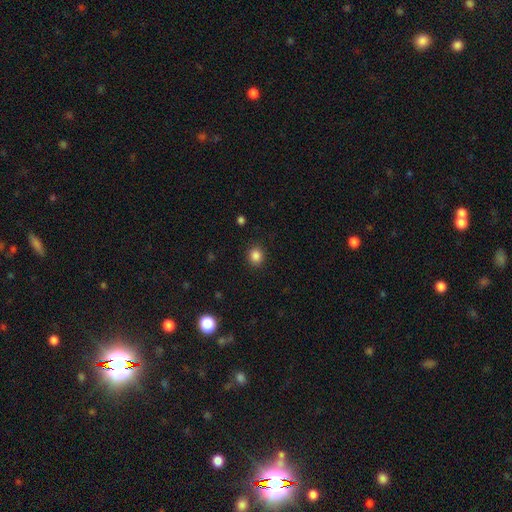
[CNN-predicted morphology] Q: Smooth or featured?
A: smooth (85%); runner-up: star or artifact (11%)
Q: How rounded?
A: round (80%); runner-up: in between (19%)
Q: Merging?
A: none (90%); runner-up: minor disturbance (7%)